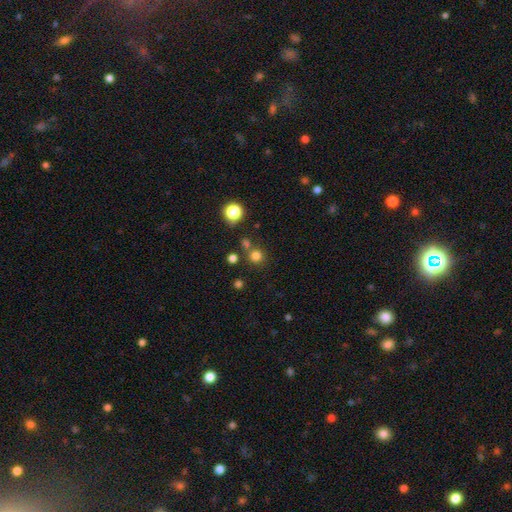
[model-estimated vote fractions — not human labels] Smooth or featured? smooth (76%)
How rounded? round (92%)
Merging? none (74%)